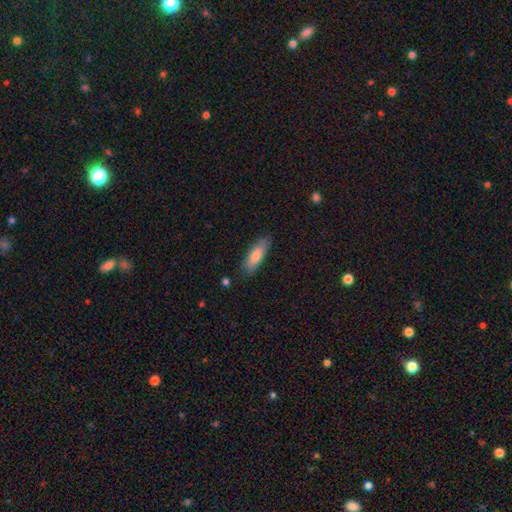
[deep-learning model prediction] The model was most divided on "how rounded": in between: 52%, cigar-shaped: 46%, round: 2%. More confident: merging — none (83%); smooth or featured — smooth (78%).